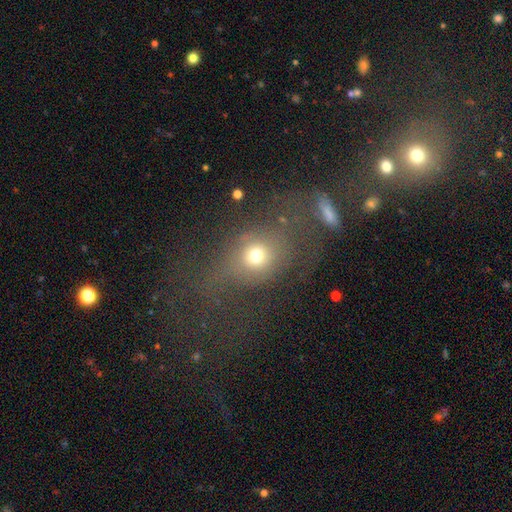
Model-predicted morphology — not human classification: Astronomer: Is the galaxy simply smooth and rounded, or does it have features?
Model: smooth — 62%.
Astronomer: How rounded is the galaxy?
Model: round — 63%.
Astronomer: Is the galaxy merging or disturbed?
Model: none — 42% (runner-up: major disturbance, 29%).